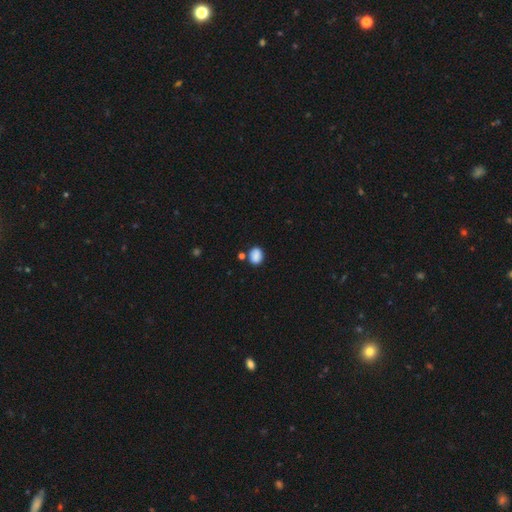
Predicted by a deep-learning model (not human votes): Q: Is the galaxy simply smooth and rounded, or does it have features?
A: smooth — 86%.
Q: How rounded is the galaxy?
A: in between — 50%.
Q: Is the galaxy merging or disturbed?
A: none — 72%.